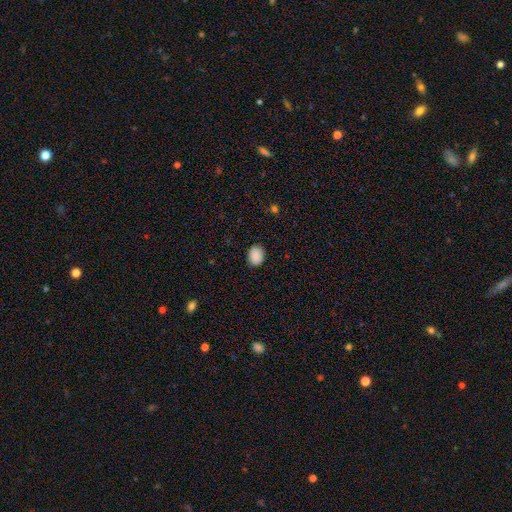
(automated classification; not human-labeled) A smooth galaxy with no disk features (88%) that is in between round and cigar-shaped (60%).

Vote fractions:
- Smooth or featured? smooth: 88% / star or artifact: 8% / featured or disk: 4%
- How rounded? in between: 60% / round: 39% / cigar-shaped: 1%
- Merging? none: 87% / minor disturbance: 10% / major disturbance: 2% / merger: 1%